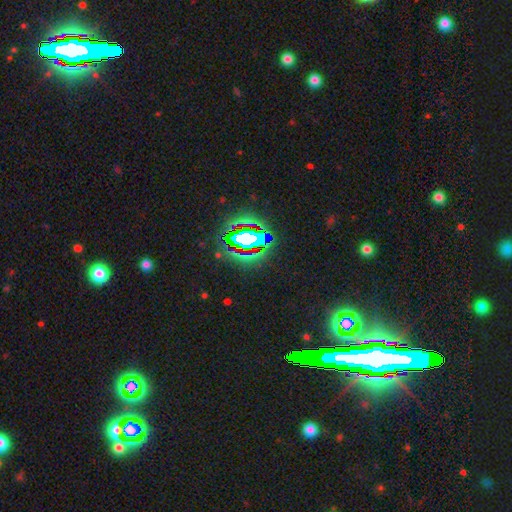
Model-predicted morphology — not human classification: smooth-or-featured: star or artifact: 77% | featured or disk: 12% | smooth: 11%